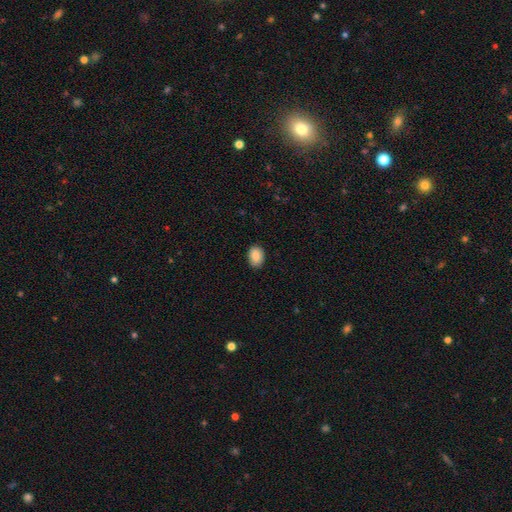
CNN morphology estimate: type=smooth (88%); roundness=in between (78%); merging=none (88%).